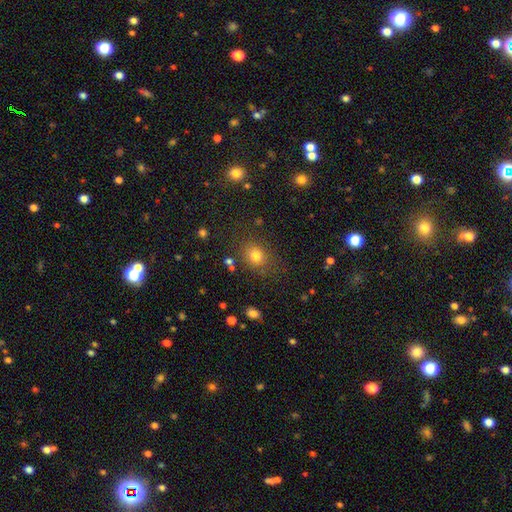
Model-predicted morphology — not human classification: Smooth or featured? Predicted: smooth (p=0.77). How rounded? Predicted: round (p=0.65). Merging? Predicted: none (p=0.77).